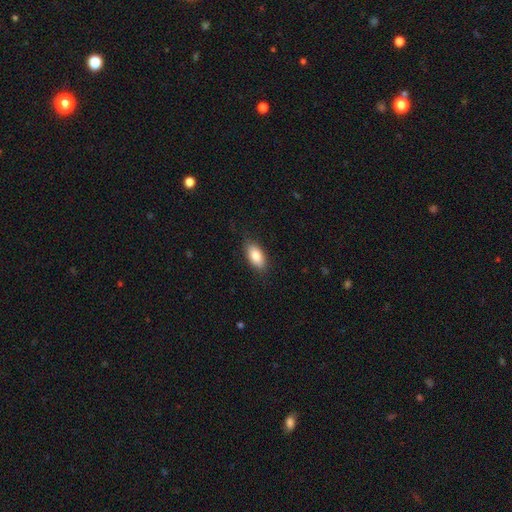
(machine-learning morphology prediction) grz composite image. It shows a smooth galaxy with no disk features (85%) that is in between round and cigar-shaped (91%). Merging: none (83%).